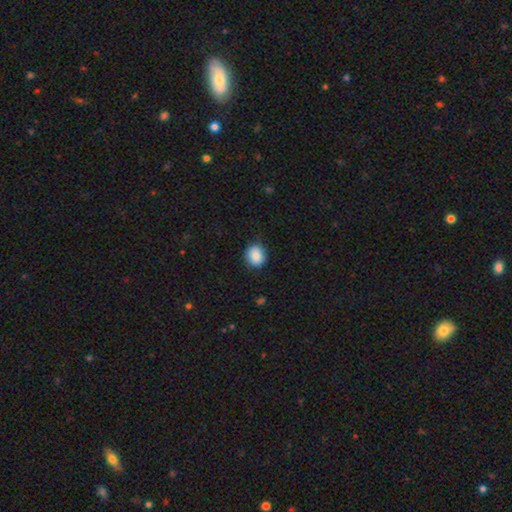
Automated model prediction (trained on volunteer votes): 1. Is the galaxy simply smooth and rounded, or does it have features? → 87% smooth, 8% star or artifact, 5% featured or disk.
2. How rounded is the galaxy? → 74% round, 25% in between, 1% cigar-shaped.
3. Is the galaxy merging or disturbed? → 82% none, 14% minor disturbance, 3% major disturbance, 1% merger.